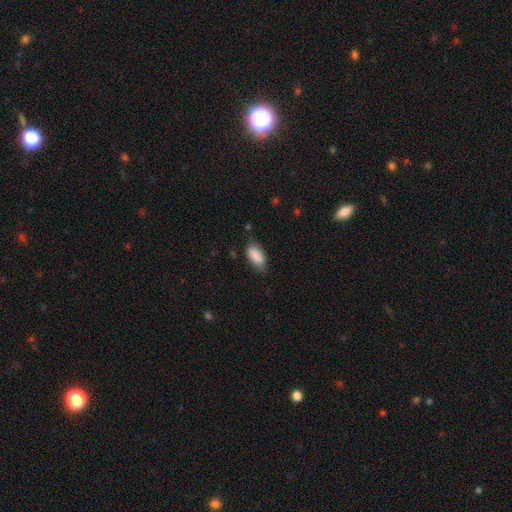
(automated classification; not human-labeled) Q: Smooth or featured?
A: smooth (88%); runner-up: star or artifact (7%)
Q: How rounded?
A: in between (91%); runner-up: cigar-shaped (6%)
Q: Merging?
A: none (71%); runner-up: minor disturbance (23%)